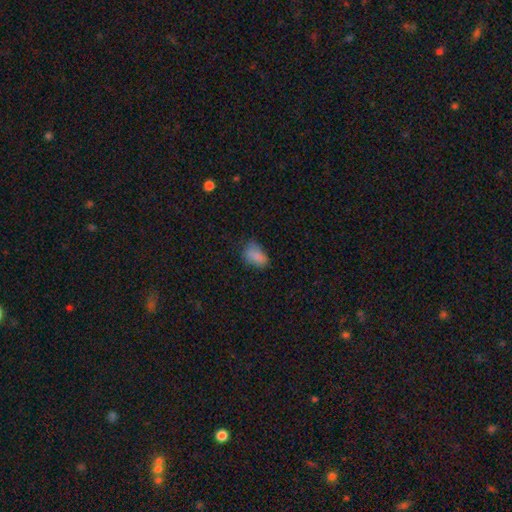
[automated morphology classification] The model was most divided on "merging": none: 57%, minor disturbance: 30%, major disturbance: 11%, merger: 2%. More confident: how rounded — in between (88%); smooth or featured — smooth (82%).